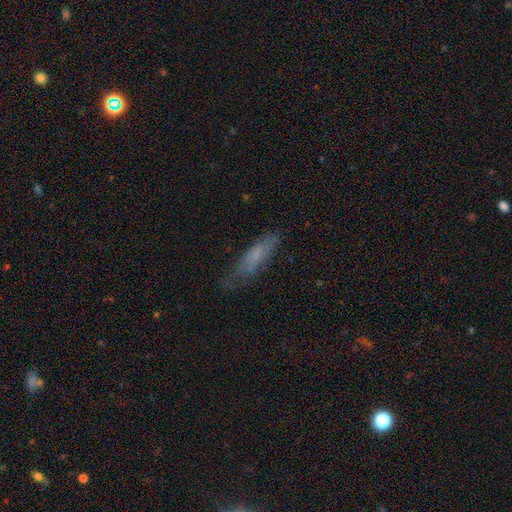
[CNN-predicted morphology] Smooth or featured: smooth — 61% (featured or disk — 30%)
How rounded: cigar-shaped — 70% (in between — 28%)
Merging: none — 61% (minor disturbance — 27%)